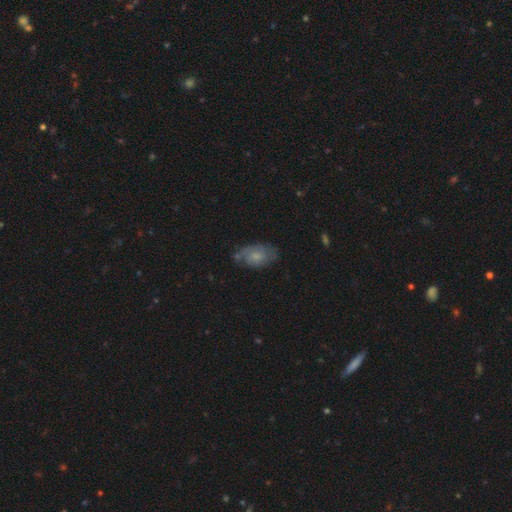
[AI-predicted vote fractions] Smooth or featured: smooth — 57% (featured or disk — 34%)
How rounded: in between — 87% (round — 11%)
Merging: none — 56% (minor disturbance — 30%)